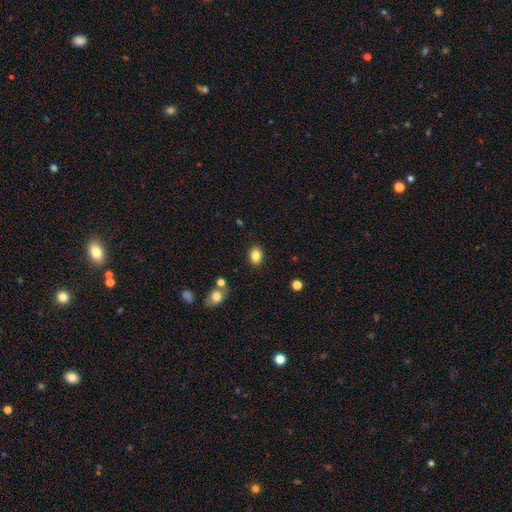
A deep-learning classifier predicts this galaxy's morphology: type=smooth (85%); roundness=in between (72%); merging=none (86%).